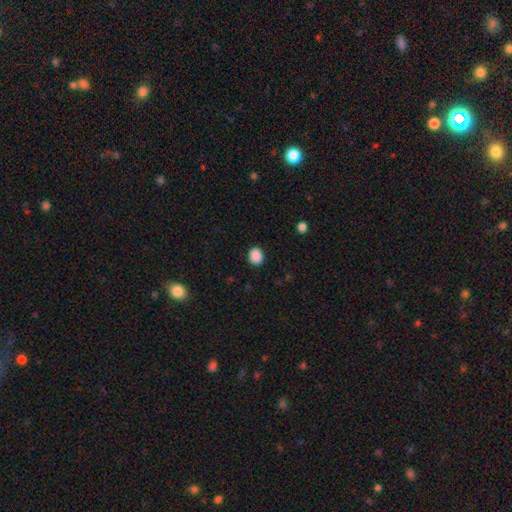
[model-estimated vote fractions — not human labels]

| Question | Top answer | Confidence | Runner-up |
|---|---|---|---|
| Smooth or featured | smooth | 89% | star or artifact (9%) |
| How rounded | round | 58% | in between (41%) |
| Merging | none | 89% | minor disturbance (8%) |